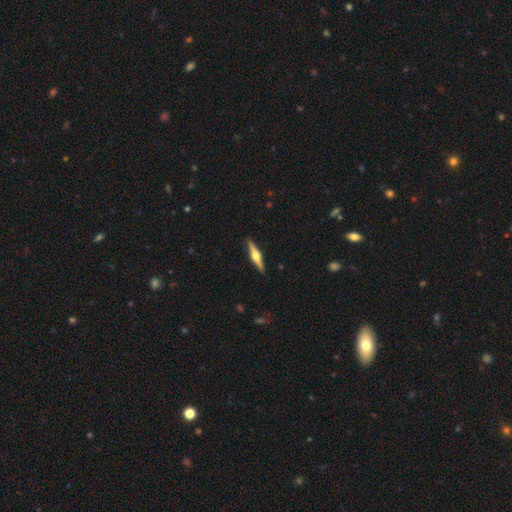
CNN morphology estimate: smooth-or-featured: featured or disk: 75% | smooth: 21% | star or artifact: 5%
  disk-edge-on: yes: 98% | no: 2%
    edge-on-bulge: rounded: 94% | boxy: 4% | none: 2%
  merging: none: 92% | minor disturbance: 6% | major disturbance: 1% | merger: 1%